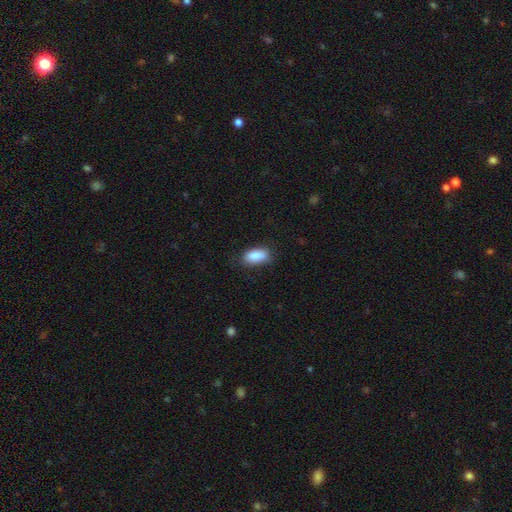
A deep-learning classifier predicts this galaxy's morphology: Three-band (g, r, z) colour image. It shows a smooth galaxy with no disk features (88%) that is in between round and cigar-shaped (89%). Merging: none (78%).